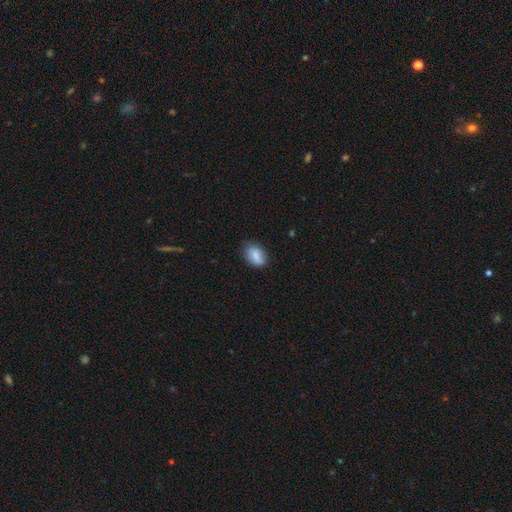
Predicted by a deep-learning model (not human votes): A smooth galaxy with no disk features (77%) that is in between round and cigar-shaped (83%).

Vote fractions:
- Smooth or featured? smooth: 77% / featured or disk: 16% / star or artifact: 8%
- How rounded? in between: 83% / round: 15% / cigar-shaped: 2%
- Merging? none: 70% / minor disturbance: 24% / major disturbance: 5% / merger: 2%